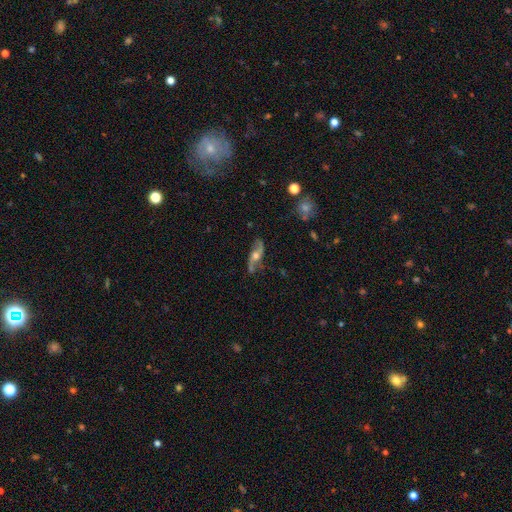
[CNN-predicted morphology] smooth_or_featured: featured or disk (p=0.80) [alt: smooth p=0.13]
disk_edge_on: no (p=0.85) [alt: yes p=0.15]
bar: no (p=0.66) [alt: weak p=0.26]
has_spiral_arms: yes (p=0.92) [alt: no p=0.08]
spiral_winding: loose (p=0.81) [alt: medium p=0.15]
spiral_arm_count: 2 (p=0.92) [alt: can't tell p=0.03]
bulge_size: moderate (p=0.67) [alt: small p=0.19]
merging: none (p=0.68) [alt: minor disturbance p=0.19]